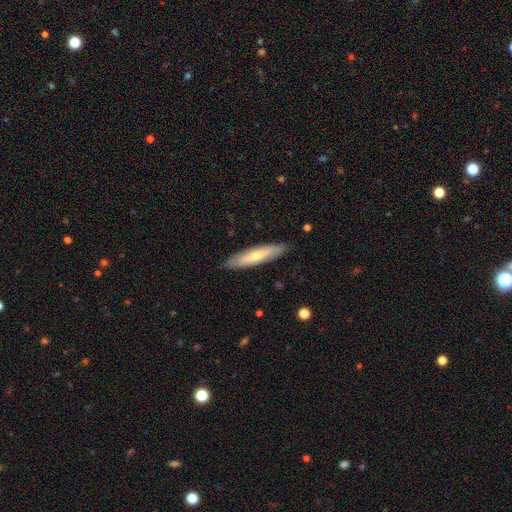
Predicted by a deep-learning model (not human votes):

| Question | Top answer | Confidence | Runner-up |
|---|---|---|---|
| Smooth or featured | smooth | 52% | featured or disk (42%) |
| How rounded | cigar-shaped | 79% | in between (19%) |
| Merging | none | 87% | minor disturbance (10%) |